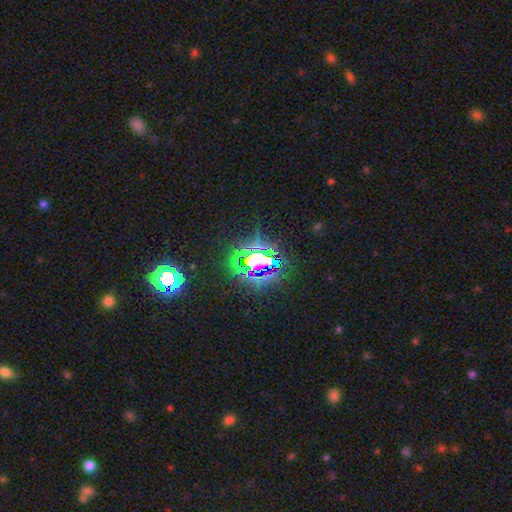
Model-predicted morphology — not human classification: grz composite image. It shows a star or artifact, not a galaxy (76%).